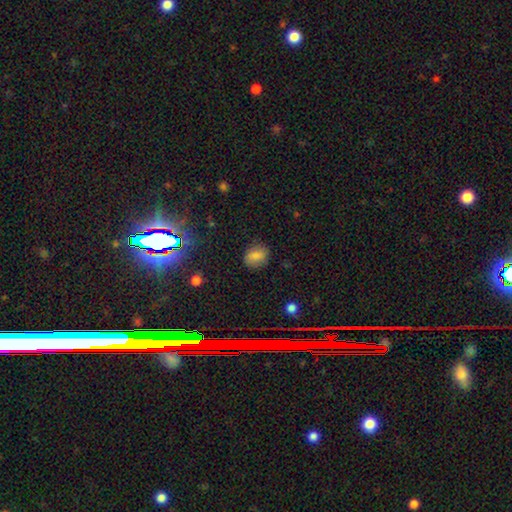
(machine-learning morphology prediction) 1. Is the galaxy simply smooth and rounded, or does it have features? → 82% smooth, 10% star or artifact, 8% featured or disk.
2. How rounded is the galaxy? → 51% round, 48% in between, 1% cigar-shaped.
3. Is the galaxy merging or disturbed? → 84% none, 12% minor disturbance, 3% major disturbance, 1% merger.